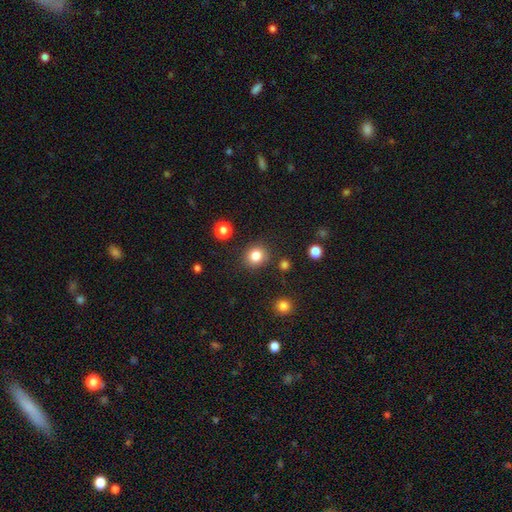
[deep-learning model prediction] smooth_or_featured: smooth (p=0.83) [alt: star or artifact p=0.11]
how_rounded: round (p=0.80) [alt: in between p=0.19]
merging: none (p=0.86) [alt: minor disturbance p=0.08]